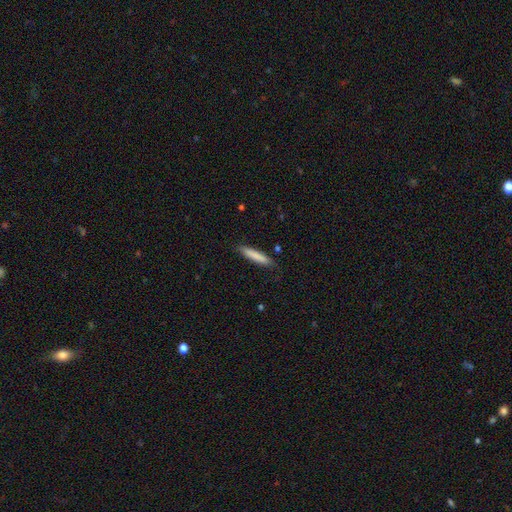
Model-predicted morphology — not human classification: smooth_or_featured: smooth (p=0.82) [alt: featured or disk p=0.12]
how_rounded: cigar-shaped (p=0.89) [alt: in between p=0.10]
merging: none (p=0.85) [alt: minor disturbance p=0.12]